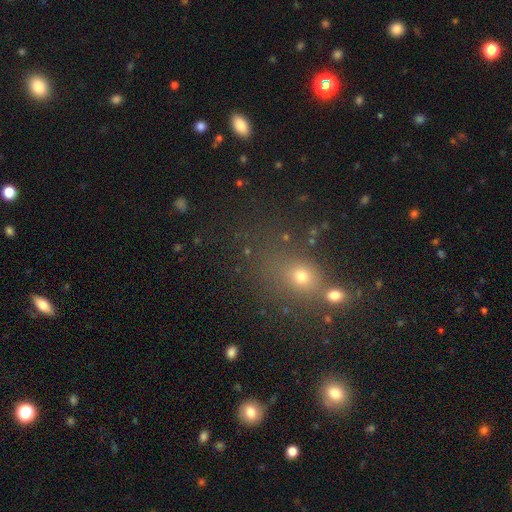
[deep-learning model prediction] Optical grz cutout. It shows a smooth galaxy with no disk features (48%). Merging: none (63%).